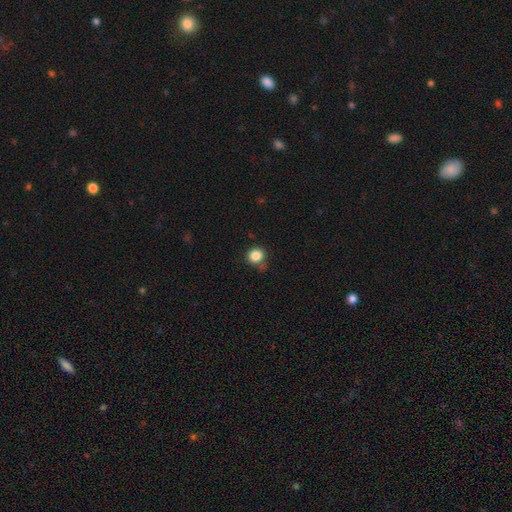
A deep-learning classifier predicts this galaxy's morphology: Smooth or featured? smooth (85%)
How rounded? round (89%)
Merging? none (75%)